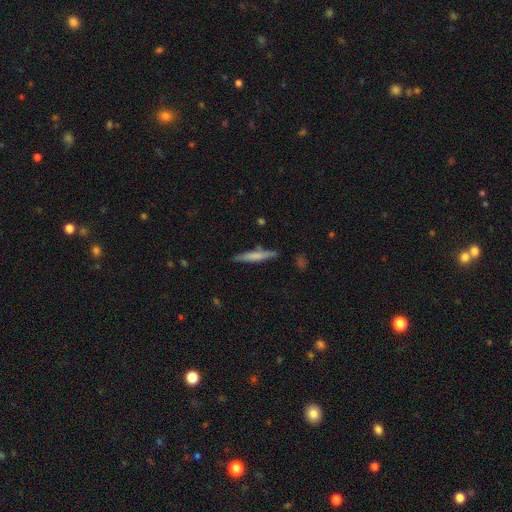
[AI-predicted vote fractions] A smooth galaxy with no disk features (61%) that is cigar-shaped (92%).

Vote fractions:
- Smooth or featured? smooth: 61% / featured or disk: 33% / star or artifact: 6%
- How rounded? cigar-shaped: 92% / in between: 6% / round: 1%
- Merging? none: 82% / minor disturbance: 12% / merger: 3% / major disturbance: 2%